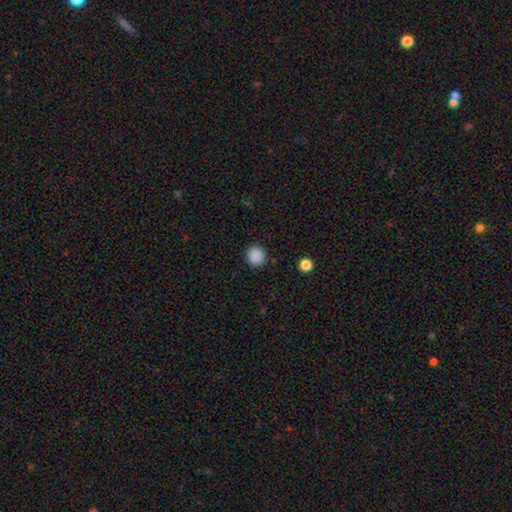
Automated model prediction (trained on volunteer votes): smooth 88%, star or artifact 10%, featured or disk 2%. Down the decision tree: how rounded — round (92%); merging — none (90%).